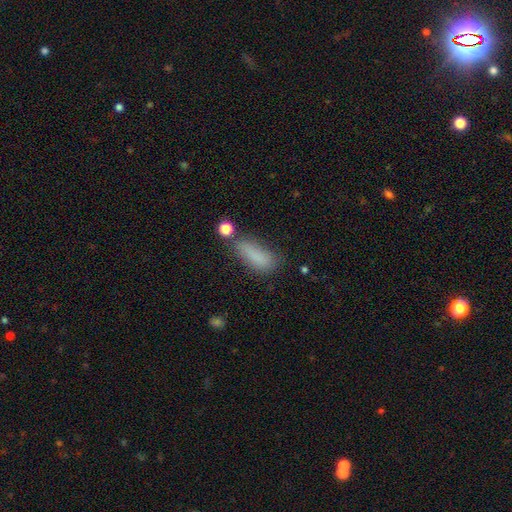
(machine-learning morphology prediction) This is likely a smooth galaxy (80%). How rounded: likely in between (61%). Merging: possibly none (52%).